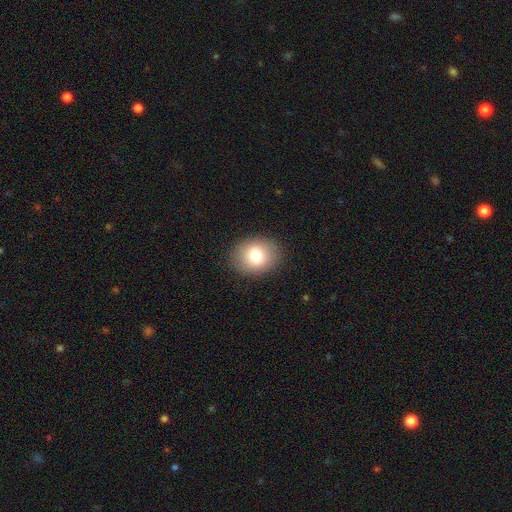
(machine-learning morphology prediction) smooth 80%, featured or disk 11%, star or artifact 9%. Down the decision tree: how rounded — round (50%); merging — none (89%).